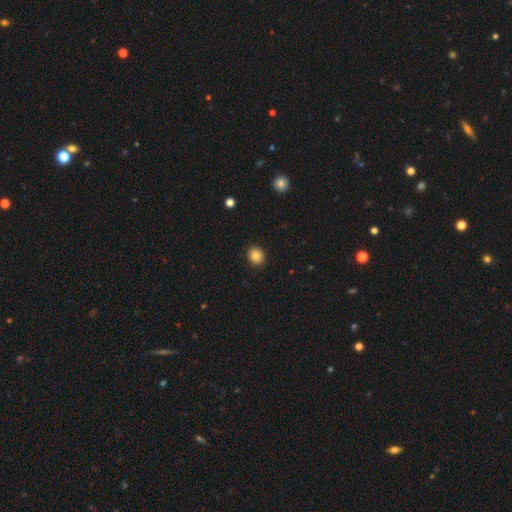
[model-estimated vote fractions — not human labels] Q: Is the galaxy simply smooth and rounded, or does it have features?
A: smooth — 85%.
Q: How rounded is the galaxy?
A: round — 80%.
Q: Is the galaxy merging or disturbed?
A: none — 91%.